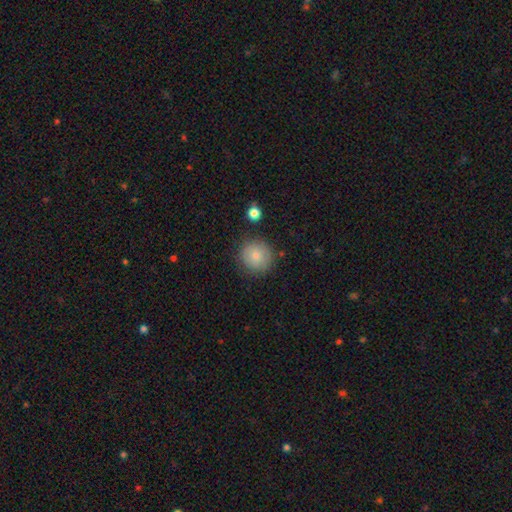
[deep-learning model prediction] smooth 81%, featured or disk 11%, star or artifact 9%. Down the decision tree: how rounded — round (94%); merging — none (84%).